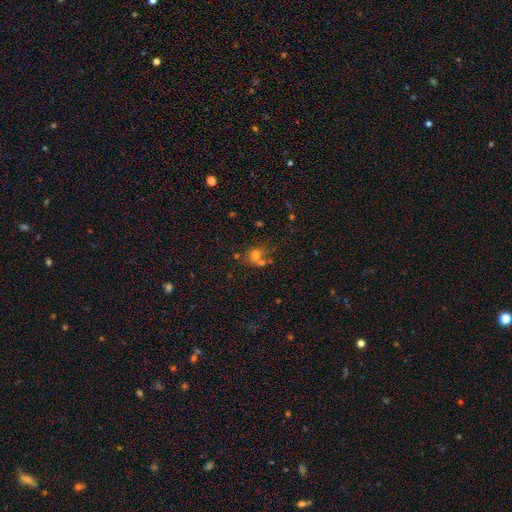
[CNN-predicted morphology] smooth_or_featured: smooth (p=0.61) [alt: featured or disk p=0.20]
how_rounded: round (p=0.53) [alt: in between p=0.46]
merging: merger (p=0.44) [alt: none p=0.33]